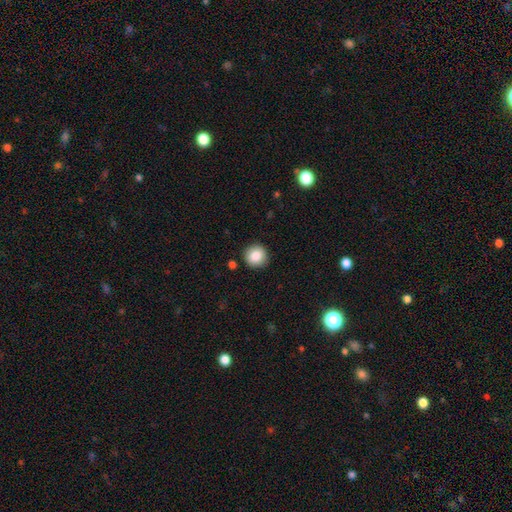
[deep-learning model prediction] This is clearly a smooth galaxy (86%). How rounded: clearly round (94%). Merging: clearly none (90%).